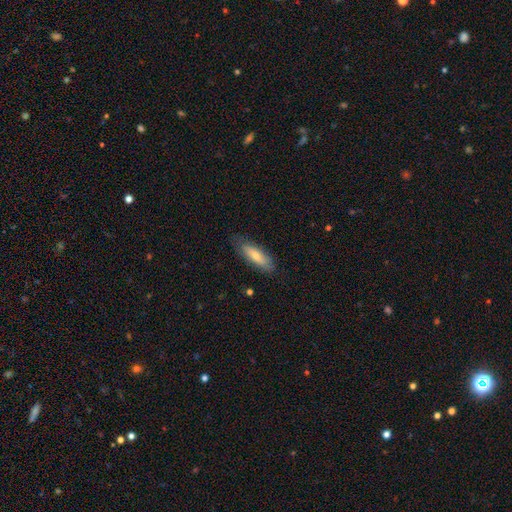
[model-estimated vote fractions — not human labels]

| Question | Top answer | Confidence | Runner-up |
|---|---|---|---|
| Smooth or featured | smooth | 69% | featured or disk (25%) |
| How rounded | in between | 53% | cigar-shaped (45%) |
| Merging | none | 79% | minor disturbance (16%) |